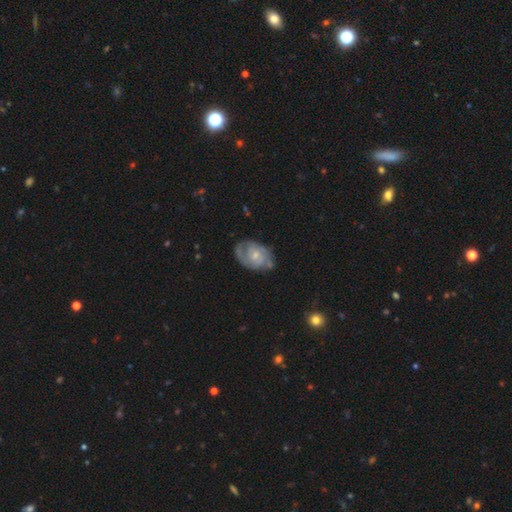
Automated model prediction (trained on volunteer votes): Overall: featured or disk (76%). Edge-on disk: no (97%). Bar: no (64%; weak 32%). Spiral arms: yes (89%). Spiral arm count: 2 (53%; can't tell 27%). Spiral winding: tight (52%; medium 36%). Bulge size: small (55%; moderate 38%). Merging: none (64%; minor disturbance 25%).